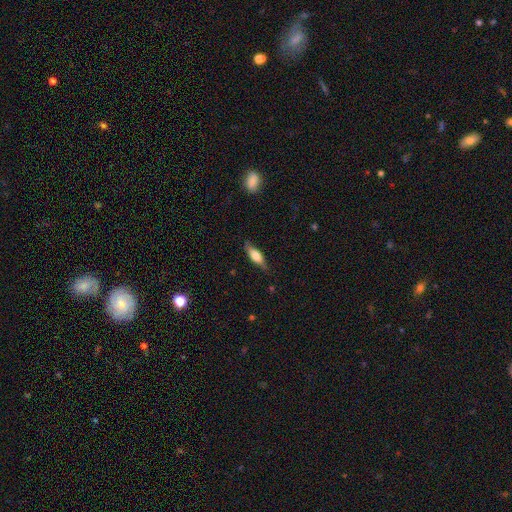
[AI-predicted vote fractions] Smooth or featured?
  - smooth: 56% *
  - featured or disk: 37%
  - star or artifact: 6%
How rounded?
  - in between: 55% *
  - cigar-shaped: 42%
  - round: 3%
Merging?
  - none: 76% *
  - minor disturbance: 19%
  - major disturbance: 4%
  - merger: 1%